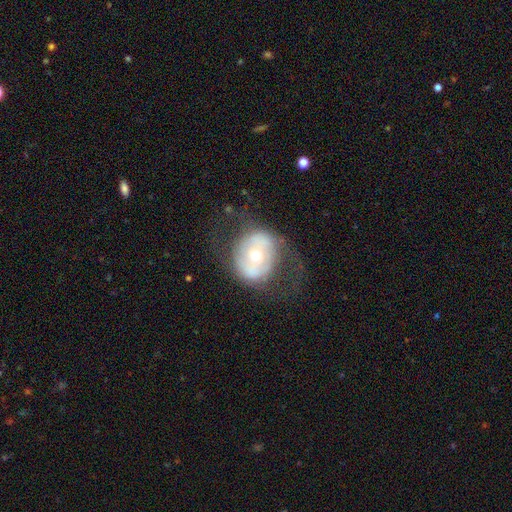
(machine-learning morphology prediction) Smooth or featured?
  - featured or disk: 58% *
  - smooth: 33%
  - star or artifact: 8%
Edge-on disk?
  - no: 94% *
  - yes: 6%
Bar?
  - no: 58% *
  - weak: 23%
  - strong: 20%
Spiral arms?
  - no: 59% *
  - yes: 41%
Bulge size?
  - moderate: 56% *
  - small: 37%
  - large: 5%
  - dominant: 2%
  - none: 1%
Merging?
  - none: 56% *
  - major disturbance: 24%
  - minor disturbance: 18%
  - merger: 2%